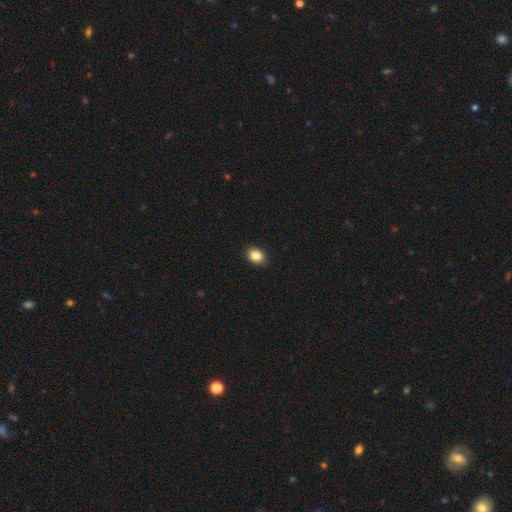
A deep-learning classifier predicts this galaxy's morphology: A smooth galaxy with no disk features (86%) that is in between round and cigar-shaped (65%).

Vote fractions:
- Smooth or featured? smooth: 86% / star or artifact: 9% / featured or disk: 5%
- How rounded? in between: 65% / round: 34% / cigar-shaped: 1%
- Merging? none: 90% / minor disturbance: 7% / major disturbance: 2% / merger: 1%